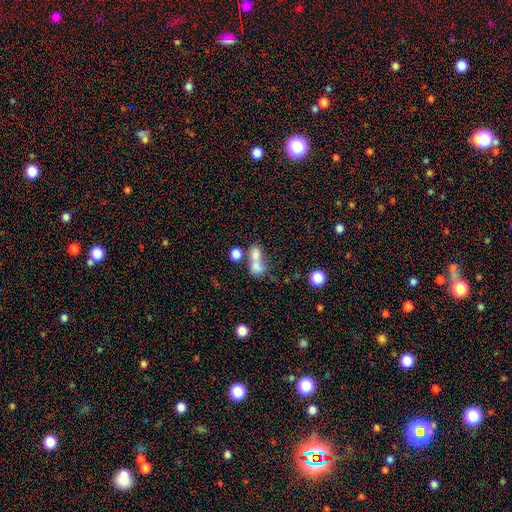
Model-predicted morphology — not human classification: Smooth or featured?
  - smooth: 70% *
  - featured or disk: 18%
  - star or artifact: 13%
How rounded?
  - in between: 62% *
  - round: 30%
  - cigar-shaped: 9%
Merging?
  - merger: 65% *
  - none: 20%
  - major disturbance: 7%
  - minor disturbance: 7%